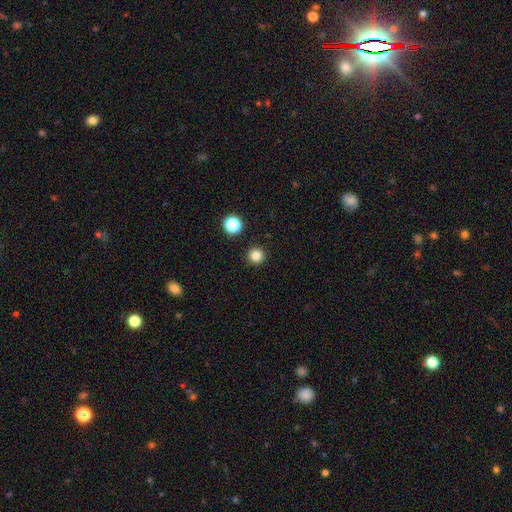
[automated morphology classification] smooth 83%, star or artifact 13%, featured or disk 4%. Down the decision tree: how rounded — round (96%); merging — none (93%).